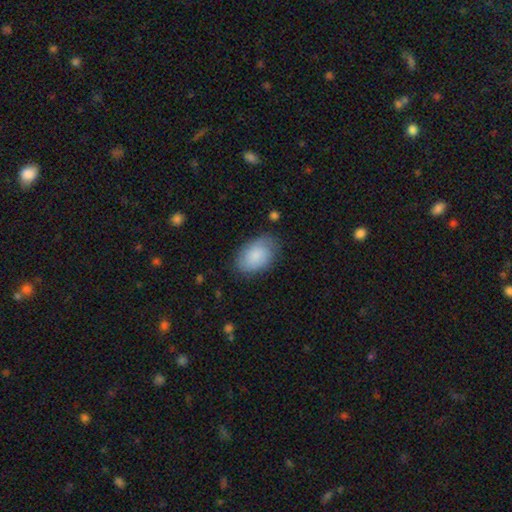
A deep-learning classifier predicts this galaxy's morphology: smooth 81%, featured or disk 13%, star or artifact 6%. Down the decision tree: how rounded — in between (89%); merging — none (75%).